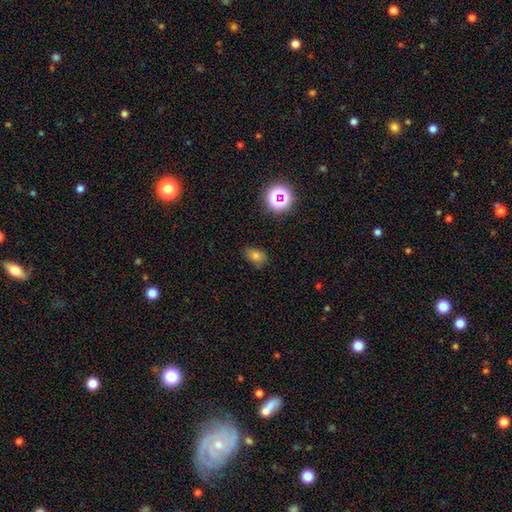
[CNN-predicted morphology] A smooth galaxy with no disk features (72%) that is in between round and cigar-shaped (79%). Merging: none (73%).